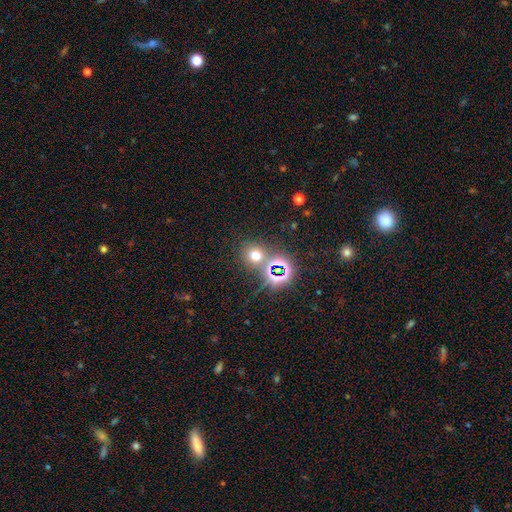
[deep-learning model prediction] Smooth or featured? Predicted: smooth (p=0.57). How rounded? Predicted: round (p=0.85). Merging? Predicted: none (p=0.71).